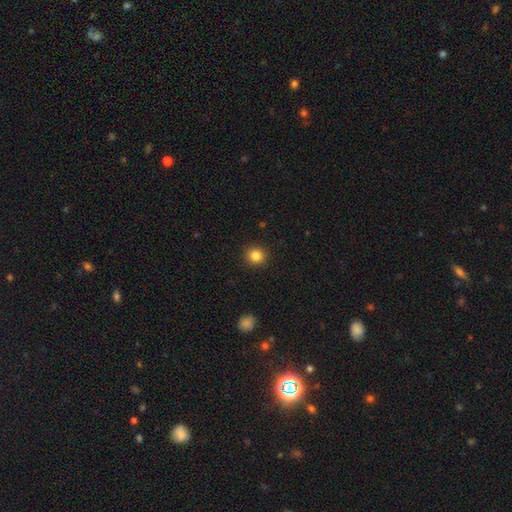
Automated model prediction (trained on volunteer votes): Smooth or featured: smooth — 84% (star or artifact — 11%)
How rounded: round — 92% (in between — 8%)
Merging: none — 92% (minor disturbance — 5%)